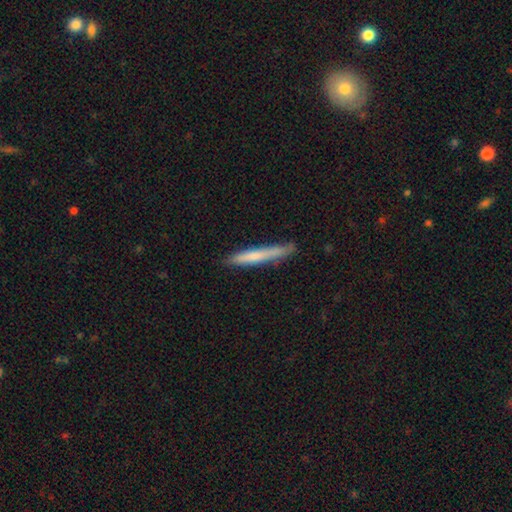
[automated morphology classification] Q: Smooth or featured?
A: smooth (67%); runner-up: featured or disk (27%)
Q: How rounded?
A: cigar-shaped (95%); runner-up: in between (3%)
Q: Merging?
A: none (80%); runner-up: minor disturbance (16%)